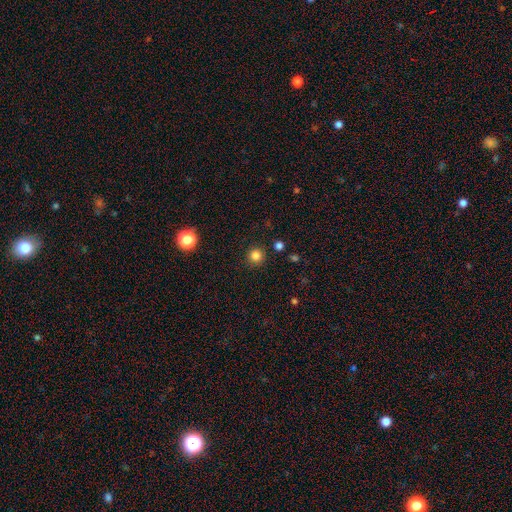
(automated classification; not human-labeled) smooth-or-featured: smooth: 83% | star or artifact: 13% | featured or disk: 4%
  how-rounded: round: 95% | in between: 4% | cigar-shaped: 1%
  merging: none: 91% | minor disturbance: 5% | major disturbance: 2% | merger: 2%